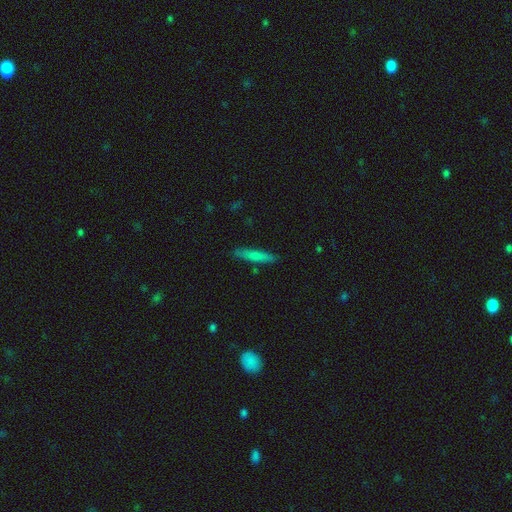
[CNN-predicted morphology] Smooth or featured? Predicted: smooth (p=0.73). How rounded? Predicted: cigar-shaped (p=0.91). Merging? Predicted: none (p=0.86).